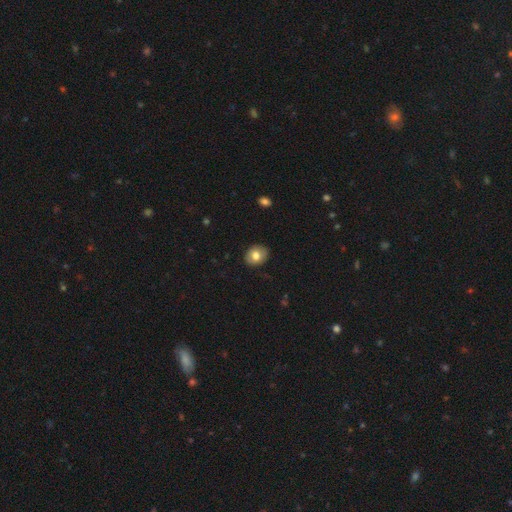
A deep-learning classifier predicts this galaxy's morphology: Q: Smooth or featured?
A: smooth (78%); runner-up: featured or disk (14%)
Q: How rounded?
A: round (54%); runner-up: in between (45%)
Q: Merging?
A: none (87%); runner-up: minor disturbance (10%)